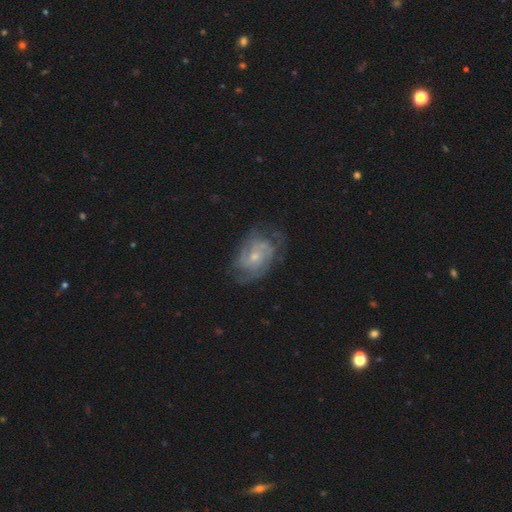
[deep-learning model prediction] featured or disk 77%, smooth 16%, star or artifact 7%. Down the decision tree: edge-on disk — no (97%); bar — no (72%); spiral arms — yes (87%); spiral arm count — can't tell (41%); spiral winding — tight (51%); bulge size — small (60%); merging — none (62%).